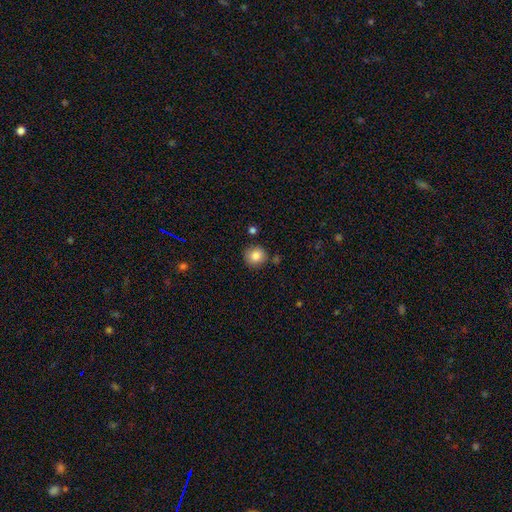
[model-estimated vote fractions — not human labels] smooth_or_featured: smooth (p=0.84) [alt: star or artifact p=0.09]
how_rounded: round (p=0.89) [alt: in between p=0.10]
merging: none (p=0.82) [alt: minor disturbance p=0.11]